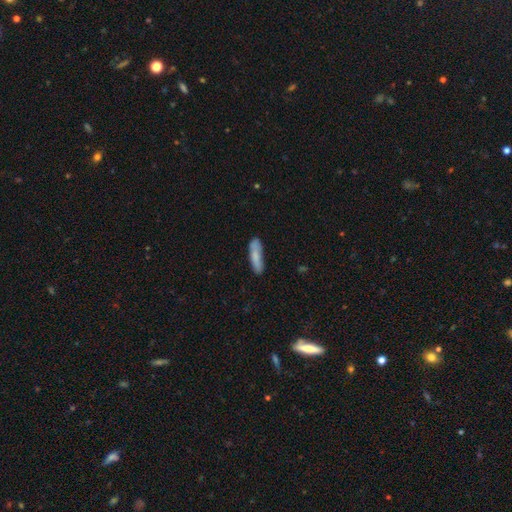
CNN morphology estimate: Smooth or featured? smooth (79%)
How rounded? cigar-shaped (71%)
Merging? none (75%)